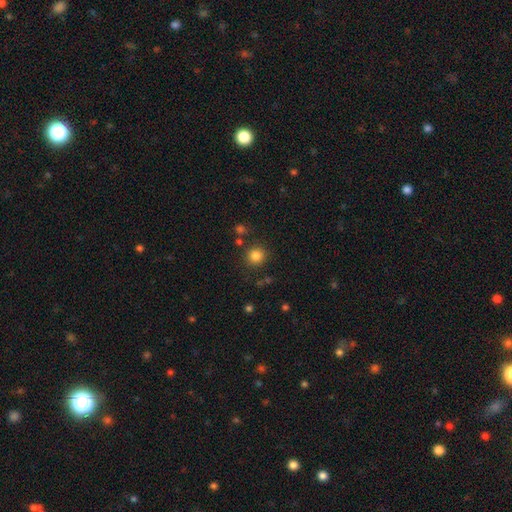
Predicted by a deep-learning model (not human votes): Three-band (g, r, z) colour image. It shows a smooth galaxy with no disk features (83%) that is round (92%). Merging: none (85%).